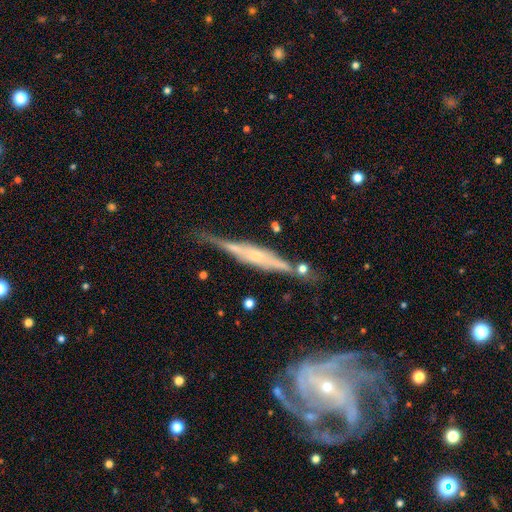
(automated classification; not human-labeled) smooth-or-featured: featured or disk: 78% | smooth: 16% | star or artifact: 6%
  disk-edge-on: yes: 91% | no: 9%
    edge-on-bulge: rounded: 55% | boxy: 25% | none: 21%
  merging: none: 61% | minor disturbance: 24% | major disturbance: 7% | merger: 7%